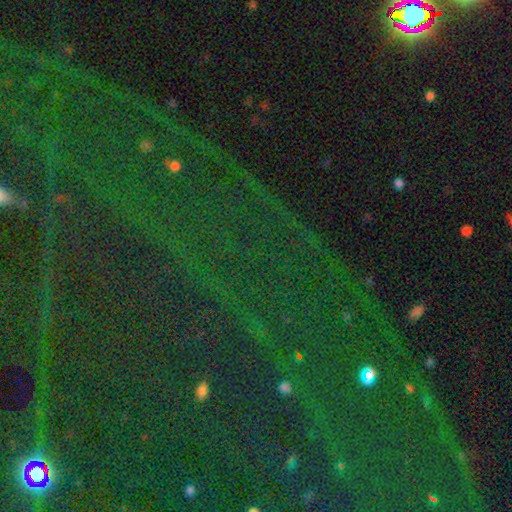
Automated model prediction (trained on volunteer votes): Overall: star or artifact (84%).